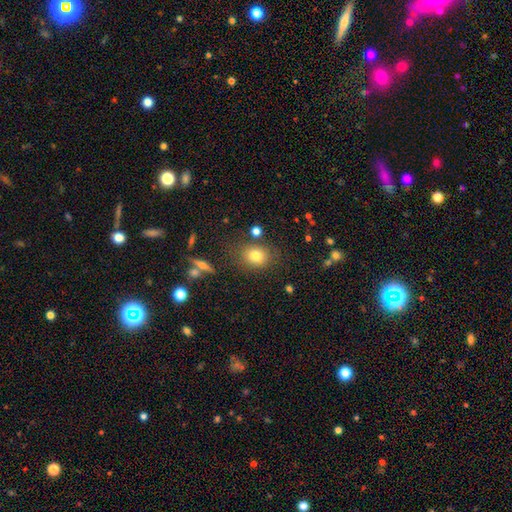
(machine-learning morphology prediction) A smooth galaxy with no disk features (76%) that is round (60%).

Vote fractions:
- Smooth or featured? smooth: 76% / star or artifact: 13% / featured or disk: 11%
- How rounded? round: 60% / in between: 39% / cigar-shaped: 1%
- Merging? none: 77% / minor disturbance: 13% / merger: 6% / major disturbance: 5%